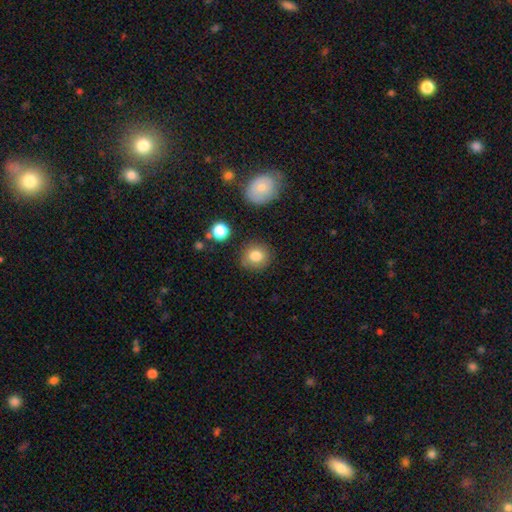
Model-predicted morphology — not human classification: type=smooth (82%); roundness=round (87%); merging=none (84%).